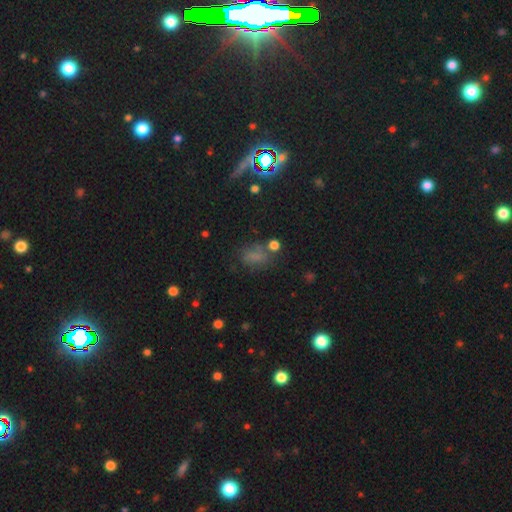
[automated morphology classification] A smooth galaxy with no disk features (55%) that is in between round and cigar-shaped (71%). Merging: none (54%).